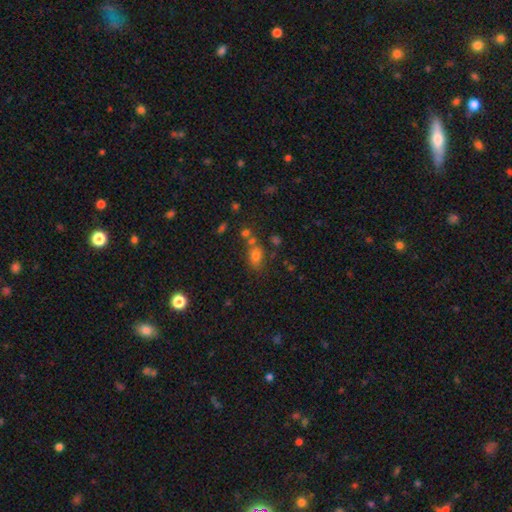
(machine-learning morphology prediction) A smooth galaxy with no disk features (71%) that is in between round and cigar-shaped (67%).

Vote fractions:
- Smooth or featured? smooth: 71% / star or artifact: 16% / featured or disk: 13%
- How rounded? in between: 67% / round: 30% / cigar-shaped: 3%
- Merging? none: 59% / merger: 21% / minor disturbance: 15% / major disturbance: 6%